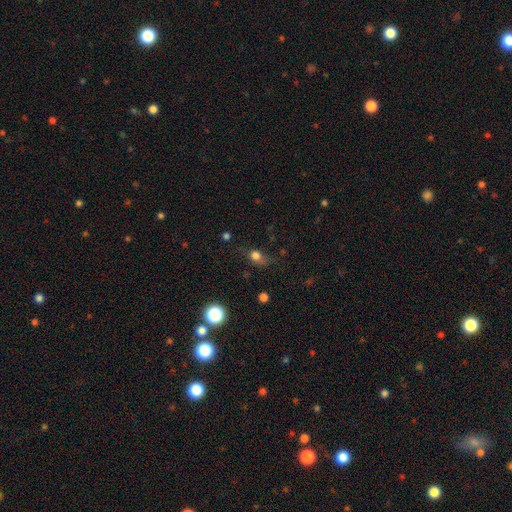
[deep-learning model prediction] Smooth or featured?
  - smooth: 74% *
  - star or artifact: 14%
  - featured or disk: 12%
How rounded?
  - round: 53% *
  - in between: 43%
  - cigar-shaped: 4%
Merging?
  - none: 52% *
  - minor disturbance: 28%
  - major disturbance: 17%
  - merger: 3%